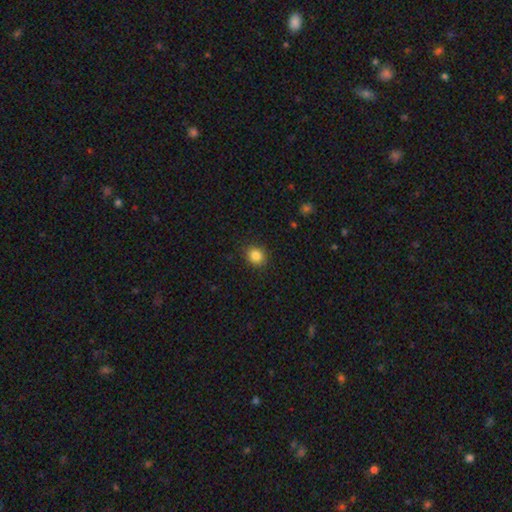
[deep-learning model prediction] Overall: smooth (85%). How rounded: round (73%). Merging: none (89%).